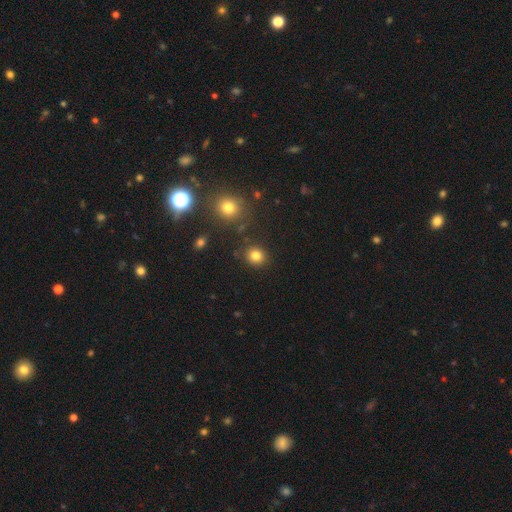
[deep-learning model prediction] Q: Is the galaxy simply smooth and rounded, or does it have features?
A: smooth — 81%.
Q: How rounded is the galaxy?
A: round — 81%.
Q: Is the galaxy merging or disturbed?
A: none — 86%.